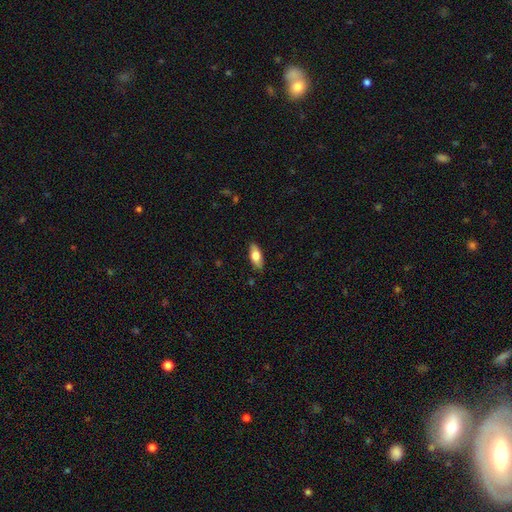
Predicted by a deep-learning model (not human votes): Smooth or featured? smooth (73%)
How rounded? in between (79%)
Merging? none (86%)